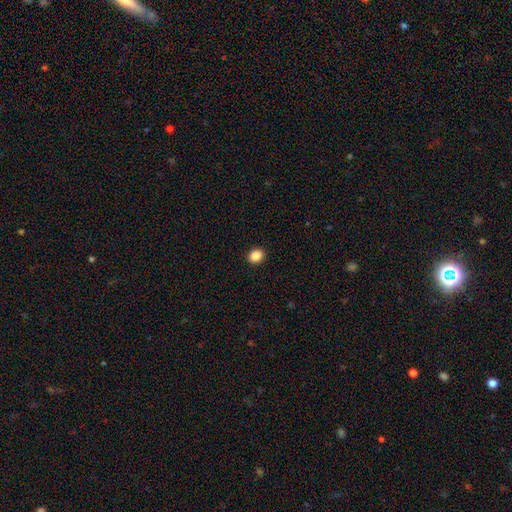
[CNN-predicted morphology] This appears to be a smooth galaxy with no disk features (87%) that is round (59%). Merging: none (92%).